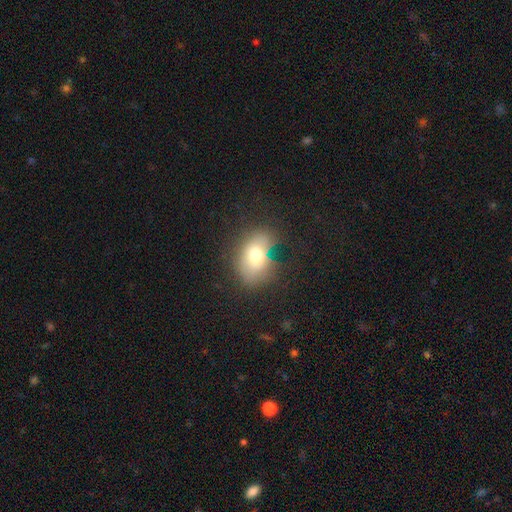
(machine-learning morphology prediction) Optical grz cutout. It shows a smooth galaxy with no disk features (72%) that is in between round and cigar-shaped (83%). Merging: none (52%).